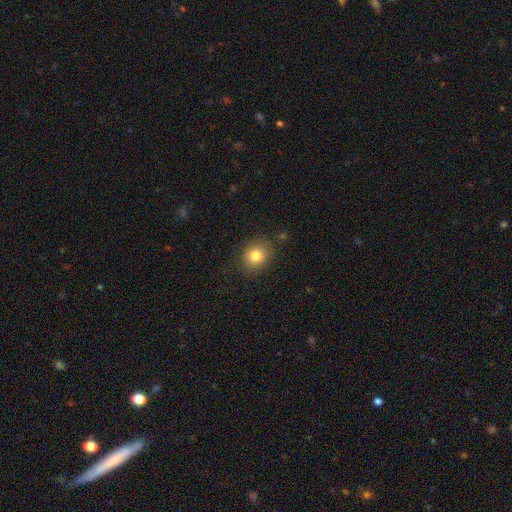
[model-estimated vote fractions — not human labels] Overall: smooth (81%). How rounded: round (66%; in between 33%). Merging: none (85%).